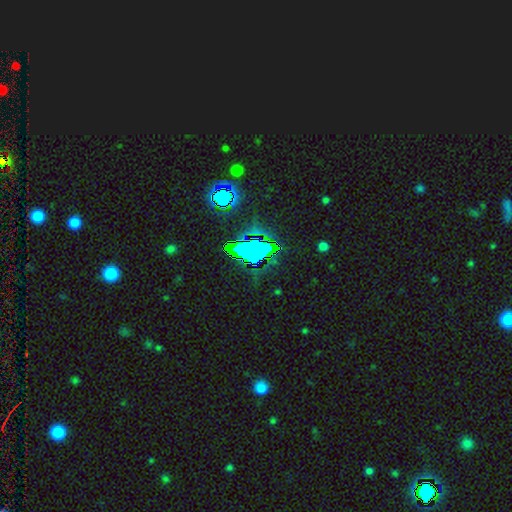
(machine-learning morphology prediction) This is clearly a star or artifact rather than a galaxy (82%).